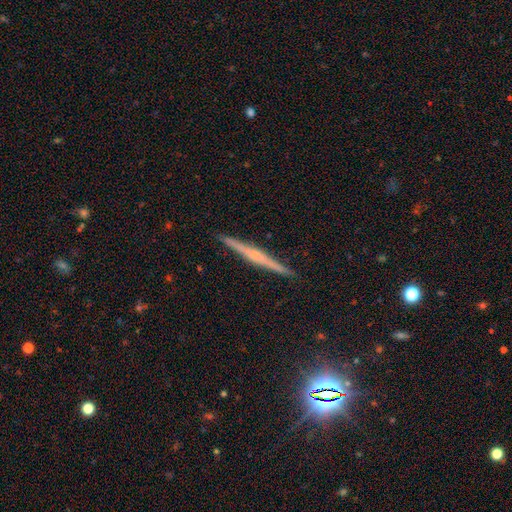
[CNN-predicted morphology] featured or disk 67%, smooth 24%, star or artifact 9%. Down the decision tree: edge-on disk — yes (98%); edge-on bulge — rounded (45%); merging — none (92%).